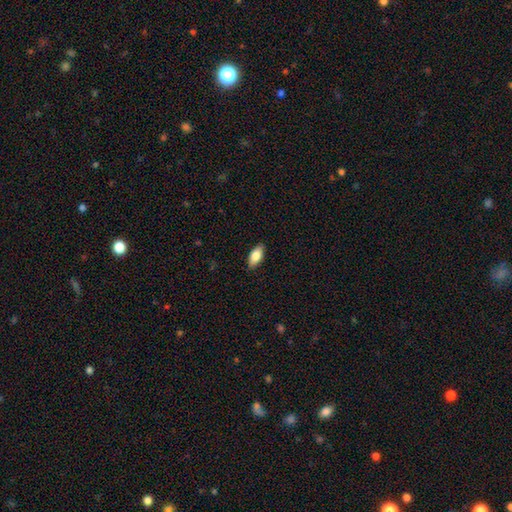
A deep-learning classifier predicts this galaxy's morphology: Q: Smooth or featured?
A: smooth (81%); runner-up: featured or disk (13%)
Q: How rounded?
A: in between (88%); runner-up: cigar-shaped (9%)
Q: Merging?
A: none (88%); runner-up: minor disturbance (9%)